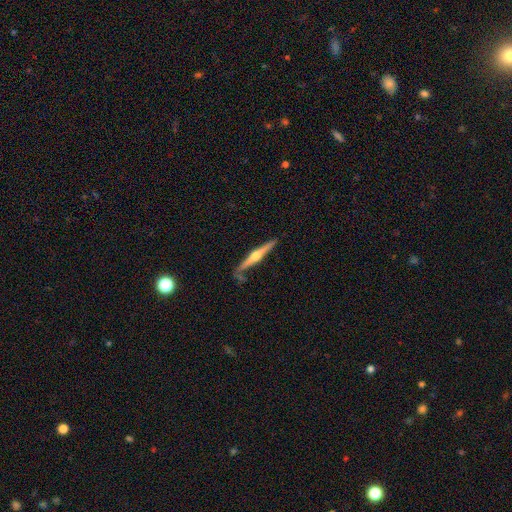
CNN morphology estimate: Smooth or featured?
  - featured or disk: 75% *
  - smooth: 21%
  - star or artifact: 5%
Edge-on disk?
  - yes: 98% *
  - no: 2%
Edge-on bulge?
  - rounded: 93% *
  - none: 4%
  - boxy: 3%
Merging?
  - none: 80% *
  - minor disturbance: 13%
  - merger: 4%
  - major disturbance: 3%